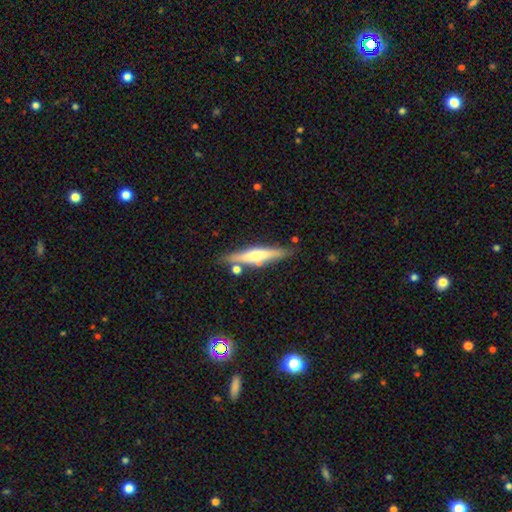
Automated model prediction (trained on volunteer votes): featured or disk 51%, smooth 43%, star or artifact 6%. Down the decision tree: edge-on disk — yes (93%); merging — none (76%).